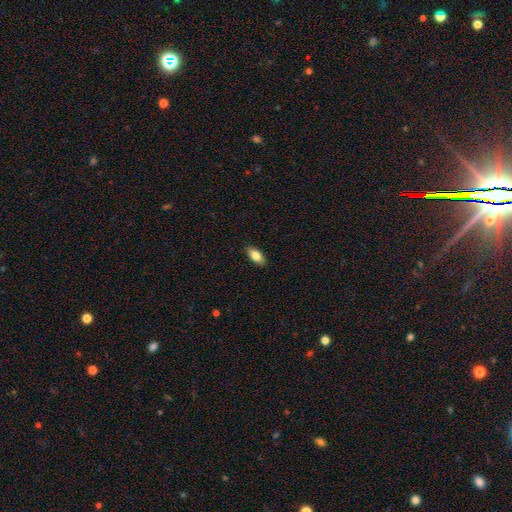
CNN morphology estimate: Smooth or featured?
  - smooth: 82% *
  - featured or disk: 11%
  - star or artifact: 7%
How rounded?
  - in between: 89% *
  - cigar-shaped: 8%
  - round: 3%
Merging?
  - none: 88% *
  - minor disturbance: 9%
  - major disturbance: 2%
  - merger: 1%